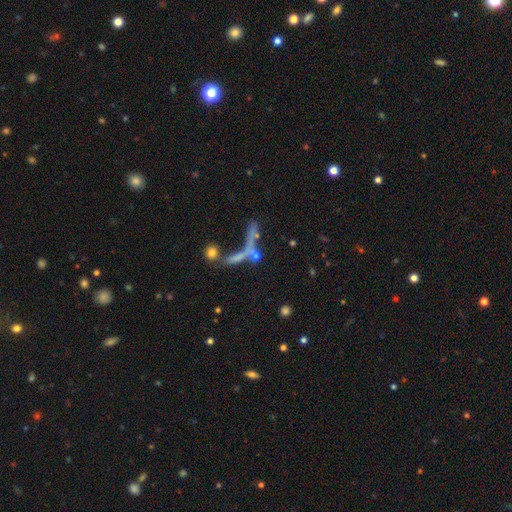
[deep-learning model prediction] This is marginally a smooth galaxy (41%). Merging: marginally none (38%).